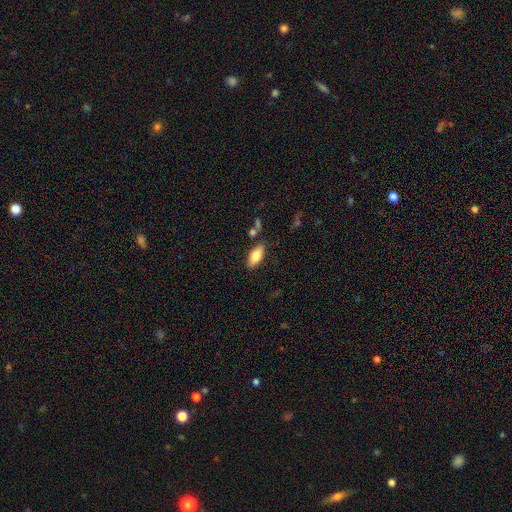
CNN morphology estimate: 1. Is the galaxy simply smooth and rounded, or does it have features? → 77% smooth, 16% featured or disk, 6% star or artifact.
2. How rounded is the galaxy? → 81% in between, 17% cigar-shaped, 2% round.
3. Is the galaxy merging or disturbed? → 81% none, 12% minor disturbance, 4% merger, 3% major disturbance.